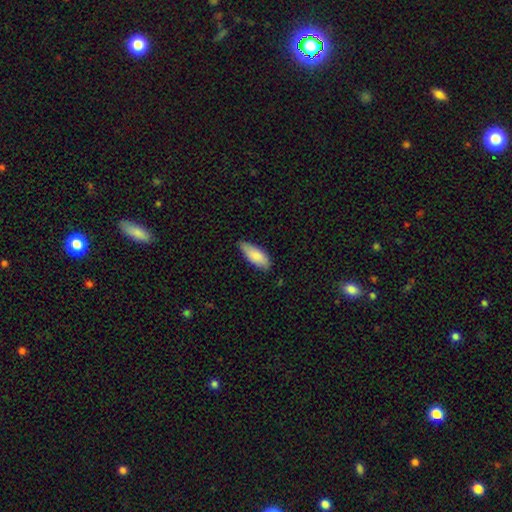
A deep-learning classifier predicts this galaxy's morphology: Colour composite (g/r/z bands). It shows a smooth galaxy with no disk features (84%) that is in between round and cigar-shaped (80%). Merging: none (68%).